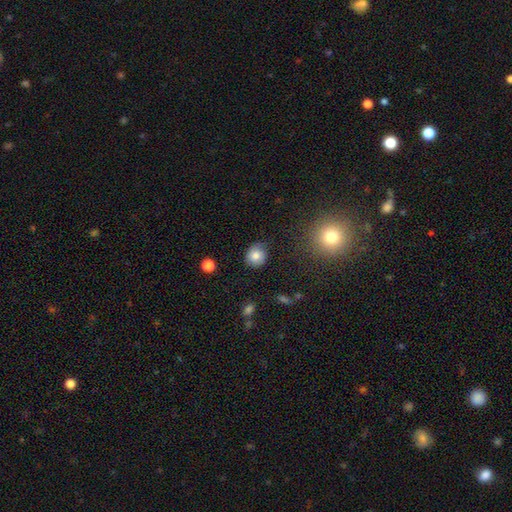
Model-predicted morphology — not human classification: Smooth or featured?
  - smooth: 81% *
  - star or artifact: 10%
  - featured or disk: 9%
How rounded?
  - round: 80% *
  - in between: 19%
  - cigar-shaped: 1%
Merging?
  - none: 72% *
  - minor disturbance: 21%
  - major disturbance: 5%
  - merger: 2%